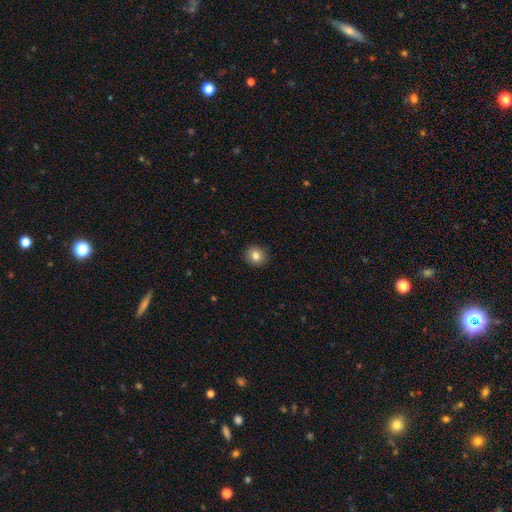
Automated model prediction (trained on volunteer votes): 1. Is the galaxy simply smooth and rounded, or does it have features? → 82% smooth, 10% star or artifact, 8% featured or disk.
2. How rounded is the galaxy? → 82% round, 17% in between, 1% cigar-shaped.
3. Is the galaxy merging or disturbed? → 91% none, 6% minor disturbance, 2% major disturbance, 1% merger.